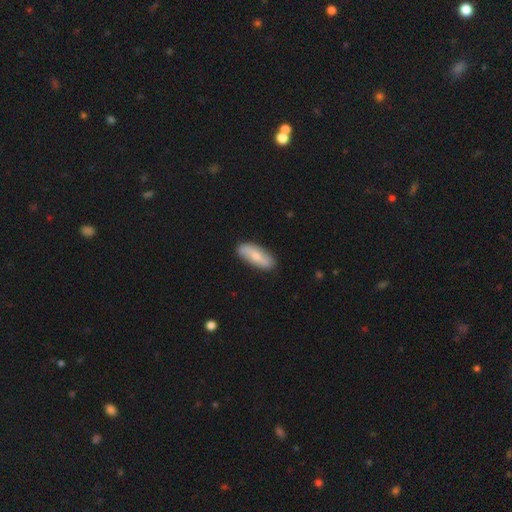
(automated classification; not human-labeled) Smooth or featured? smooth (62%)
How rounded? in between (71%)
Merging? none (86%)